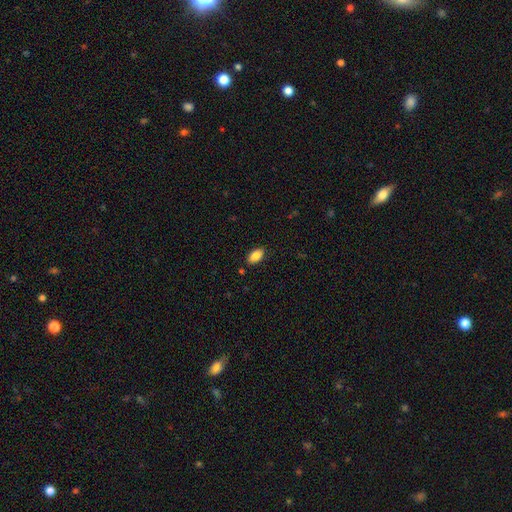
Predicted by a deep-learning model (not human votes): smooth_or_featured: smooth (p=0.87) [alt: star or artifact p=0.08]
how_rounded: in between (p=0.93) [alt: round p=0.04]
merging: none (p=0.86) [alt: minor disturbance p=0.10]